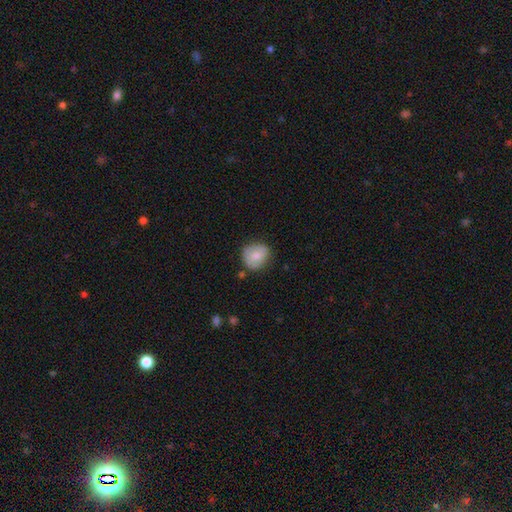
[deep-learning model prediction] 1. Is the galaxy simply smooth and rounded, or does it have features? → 72% smooth, 21% featured or disk, 7% star or artifact.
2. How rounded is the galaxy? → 76% round, 23% in between, 1% cigar-shaped.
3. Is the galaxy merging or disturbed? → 68% none, 24% minor disturbance, 5% major disturbance, 3% merger.